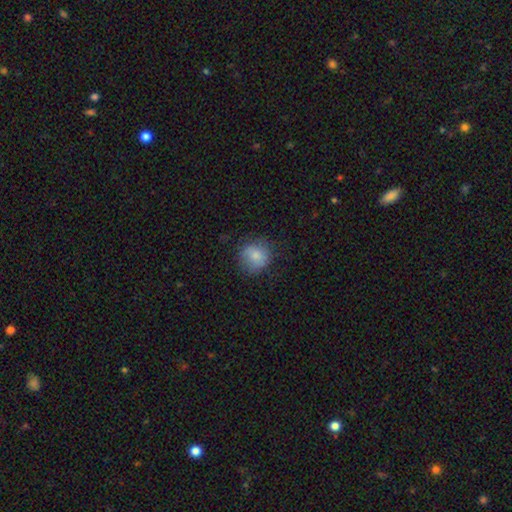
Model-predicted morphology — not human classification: Smooth or featured? Predicted: smooth (p=0.79). How rounded? Predicted: round (p=0.85). Merging? Predicted: none (p=0.72).